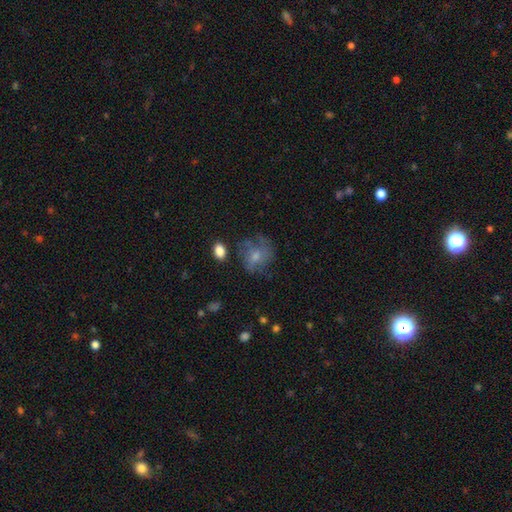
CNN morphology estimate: This appears to be a smooth galaxy with no disk features (58%) that is round (67%). Merging: none (54%).